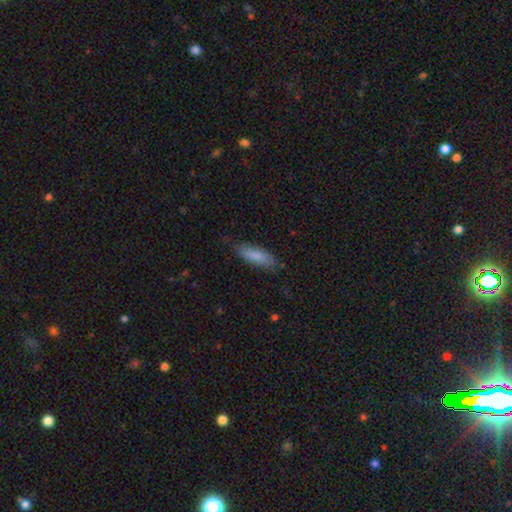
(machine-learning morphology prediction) A smooth galaxy with no disk features (83%) that is in between round and cigar-shaped (61%).

Vote fractions:
- Smooth or featured? smooth: 83% / featured or disk: 11% / star or artifact: 6%
- How rounded? in between: 61% / cigar-shaped: 37% / round: 2%
- Merging? none: 76% / minor disturbance: 18% / major disturbance: 4% / merger: 1%